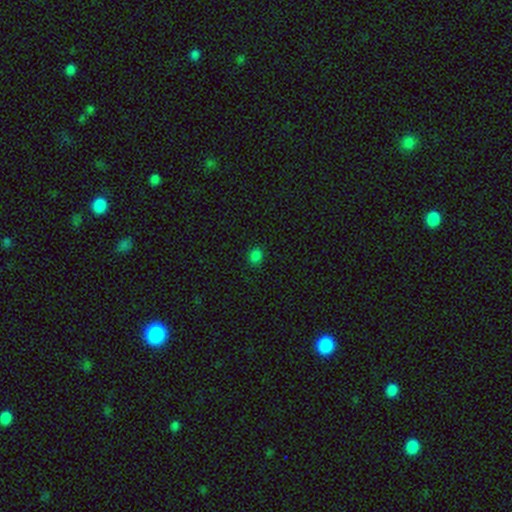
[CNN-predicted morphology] smooth_or_featured: smooth (p=0.80) [alt: star or artifact p=0.17]
how_rounded: round (p=0.56) [alt: in between p=0.43]
merging: none (p=0.87) [alt: minor disturbance p=0.10]